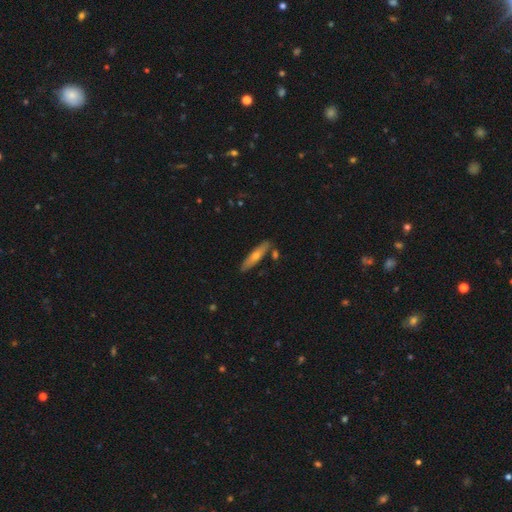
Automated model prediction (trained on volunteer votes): smooth 50%, featured or disk 44%, star or artifact 6%. Down the decision tree: merging — none (83%).